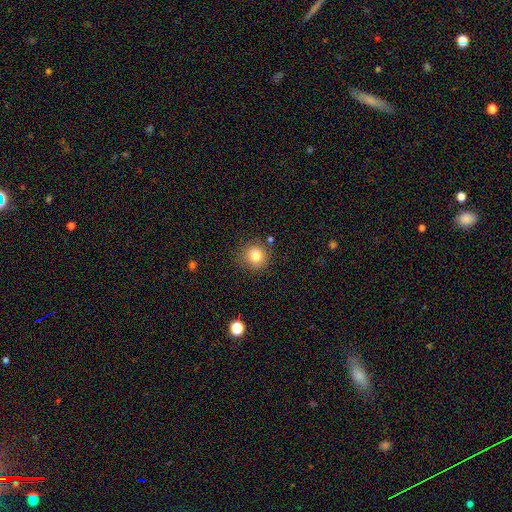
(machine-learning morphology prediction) Smooth or featured? smooth (81%)
How rounded? round (91%)
Merging? none (83%)